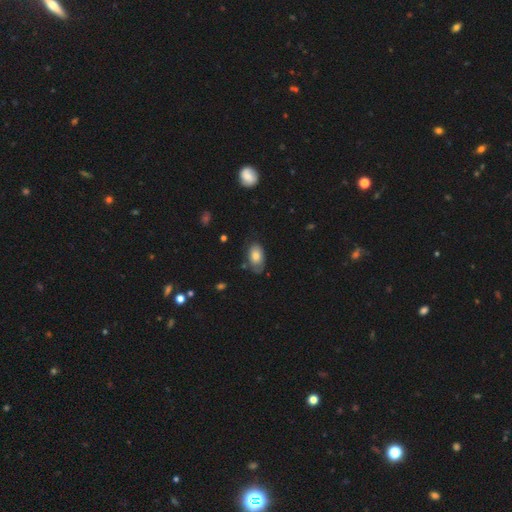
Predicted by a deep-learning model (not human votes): Q: Smooth or featured?
A: smooth (73%); runner-up: featured or disk (20%)
Q: How rounded?
A: in between (92%); runner-up: round (6%)
Q: Merging?
A: none (64%); runner-up: minor disturbance (26%)